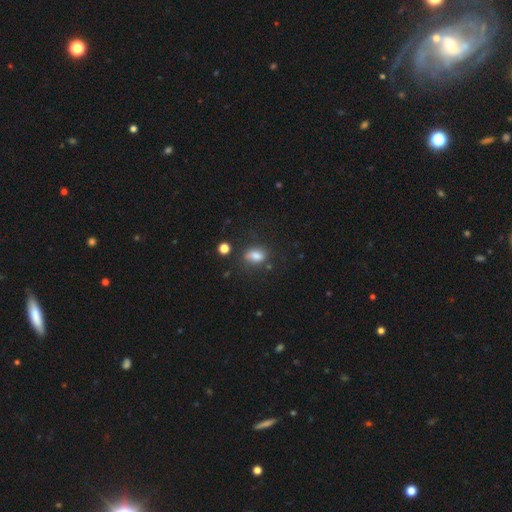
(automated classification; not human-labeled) Morphology: type=smooth (79%); roundness=in between (75%); merging=none (62%).